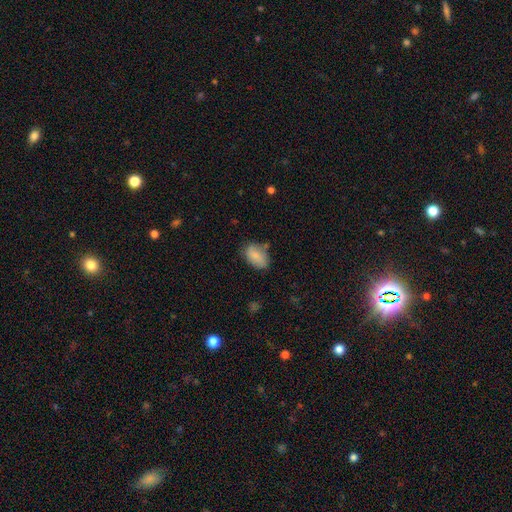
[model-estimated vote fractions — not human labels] Smooth or featured: smooth — 79% (featured or disk — 13%)
How rounded: in between — 88% (round — 11%)
Merging: none — 66% (minor disturbance — 24%)